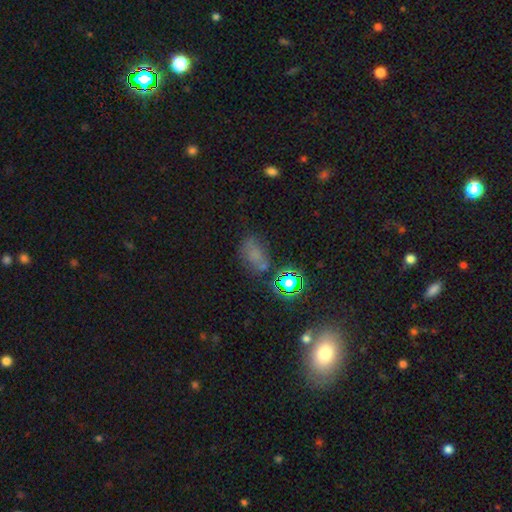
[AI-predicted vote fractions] The model was most divided on "smooth or featured": smooth: 49%, star or artifact: 37%, featured or disk: 14%. More confident: merging — none (62%).